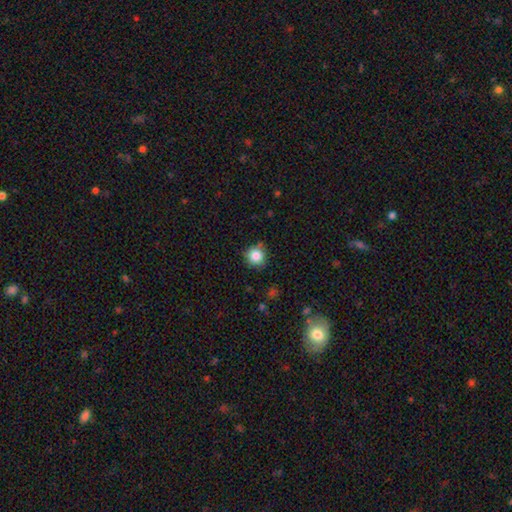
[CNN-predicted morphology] Smooth or featured: smooth — 84% (star or artifact — 10%)
How rounded: round — 91% (in between — 8%)
Merging: none — 79% (minor disturbance — 16%)